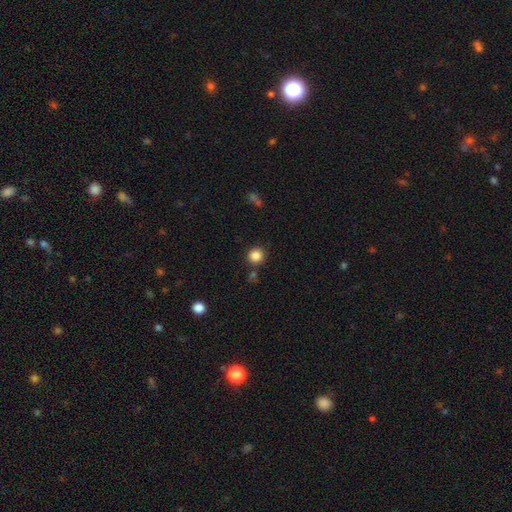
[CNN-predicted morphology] smooth 85%, star or artifact 11%, featured or disk 4%. Down the decision tree: how rounded — round (93%); merging — none (85%).